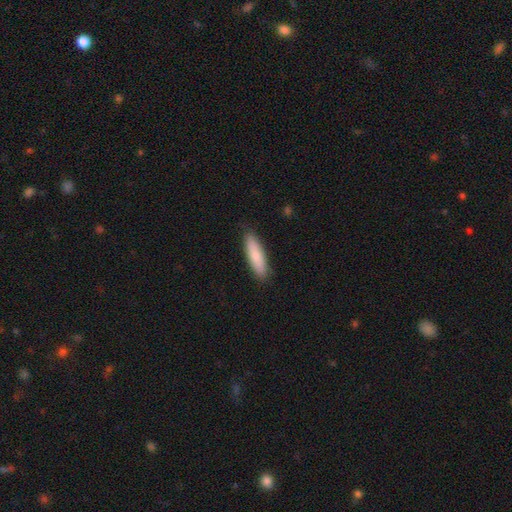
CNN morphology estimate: Smooth or featured? Predicted: smooth (p=0.82). How rounded? Predicted: cigar-shaped (p=0.68). Merging? Predicted: none (p=0.87).